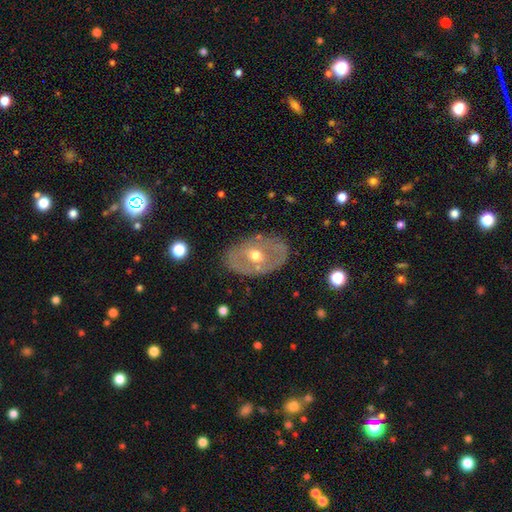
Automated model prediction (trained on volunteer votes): A featured or disk galaxy (60%) with no bar (72%), no spiral arms (79%) and a moderate central bulge (75%). Merging: none (77%).